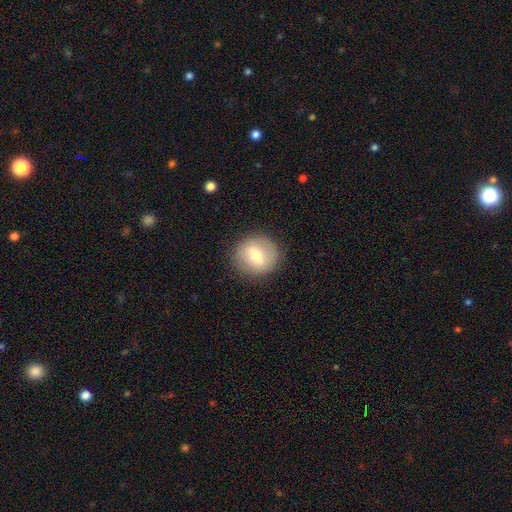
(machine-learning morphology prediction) Smooth or featured: smooth — 64% (featured or disk — 27%)
How rounded: round — 90% (in between — 9%)
Merging: none — 88% (minor disturbance — 8%)